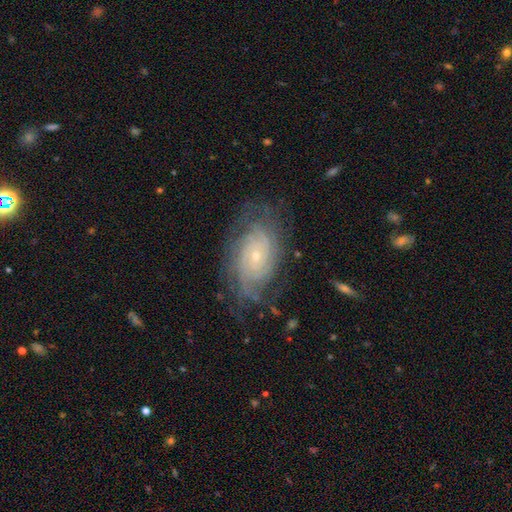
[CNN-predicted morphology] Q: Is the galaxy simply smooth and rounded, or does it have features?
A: featured or disk — 81%.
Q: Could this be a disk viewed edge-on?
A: no — 96%.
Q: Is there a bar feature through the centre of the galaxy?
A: no — 77%.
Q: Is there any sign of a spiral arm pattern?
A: yes — 94%.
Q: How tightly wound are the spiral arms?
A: tight — 70%.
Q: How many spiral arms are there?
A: can't tell — 43%.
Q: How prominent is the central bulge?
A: small — 79%.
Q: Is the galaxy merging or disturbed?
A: none — 73%.